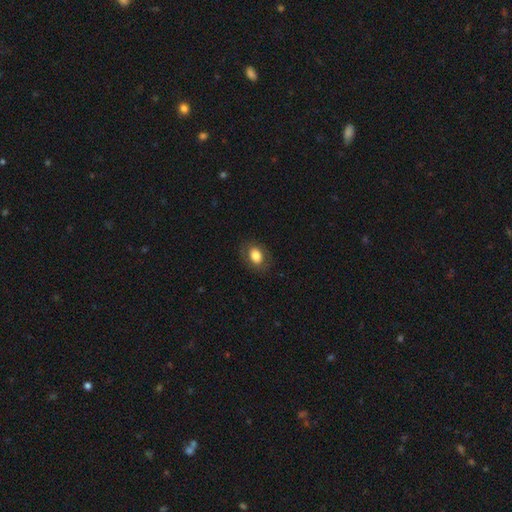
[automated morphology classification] Smooth or featured?
  - smooth: 80% *
  - featured or disk: 12%
  - star or artifact: 8%
How rounded?
  - in between: 74% *
  - round: 25%
  - cigar-shaped: 1%
Merging?
  - none: 83% *
  - minor disturbance: 12%
  - major disturbance: 4%
  - merger: 1%